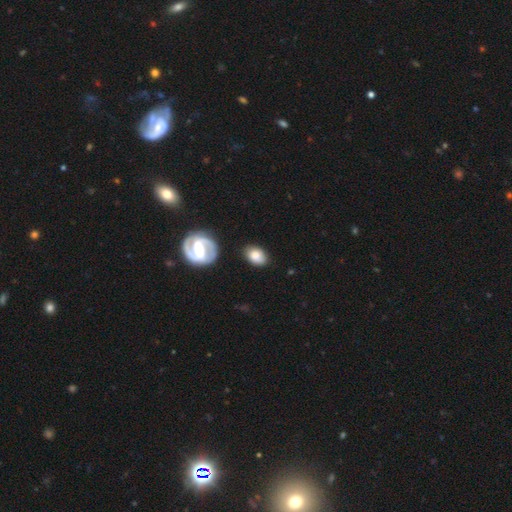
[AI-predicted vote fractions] smooth-or-featured: smooth: 70% | featured or disk: 23% | star or artifact: 7%
  how-rounded: in between: 73% | round: 25% | cigar-shaped: 1%
  merging: none: 80% | minor disturbance: 13% | major disturbance: 4% | merger: 3%